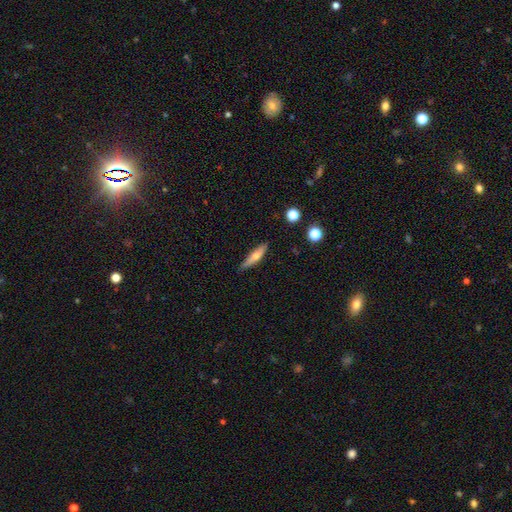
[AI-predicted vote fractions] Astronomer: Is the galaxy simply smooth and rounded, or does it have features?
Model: smooth — 52% (runner-up: featured or disk, 41%).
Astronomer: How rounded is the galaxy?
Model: cigar-shaped — 78%.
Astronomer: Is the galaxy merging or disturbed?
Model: none — 85%.